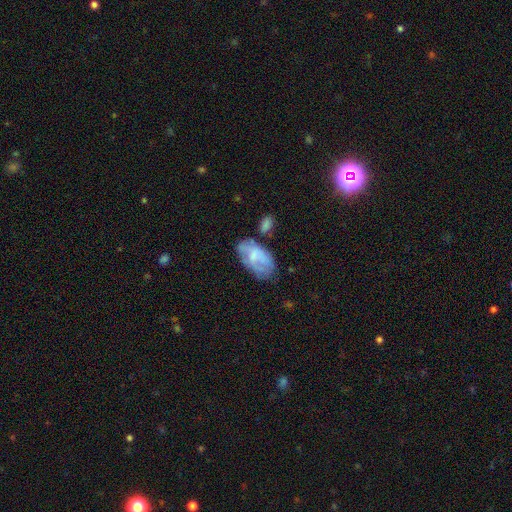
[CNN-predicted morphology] Overall: smooth (52%; featured or disk 41%). How rounded: in between (93%). Merging: none (46%; minor disturbance 28%).